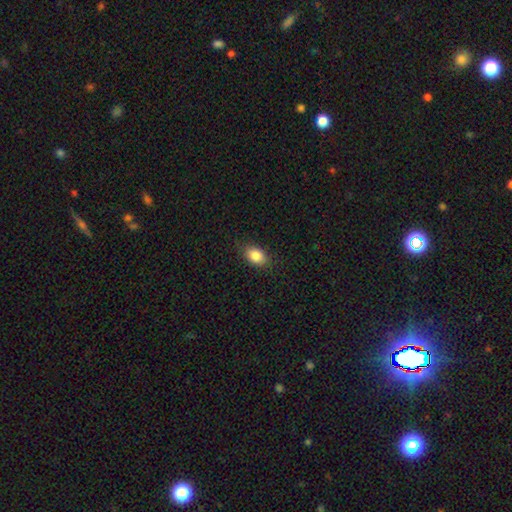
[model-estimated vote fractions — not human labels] Q: Smooth or featured?
A: smooth (85%); runner-up: star or artifact (9%)
Q: How rounded?
A: in between (79%); runner-up: round (19%)
Q: Merging?
A: none (84%); runner-up: minor disturbance (12%)